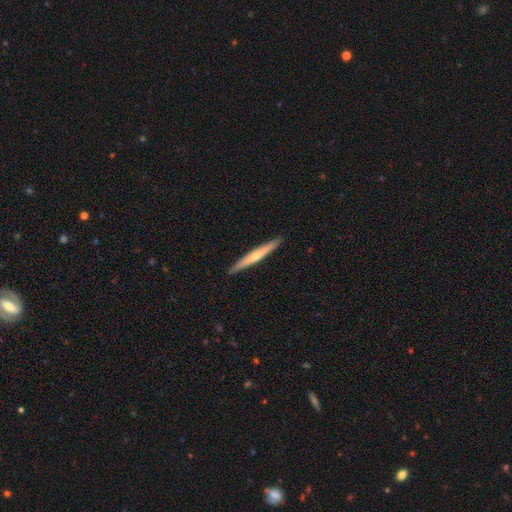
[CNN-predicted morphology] featured or disk 50%, smooth 45%, star or artifact 5%. Down the decision tree: merging — none (92%).